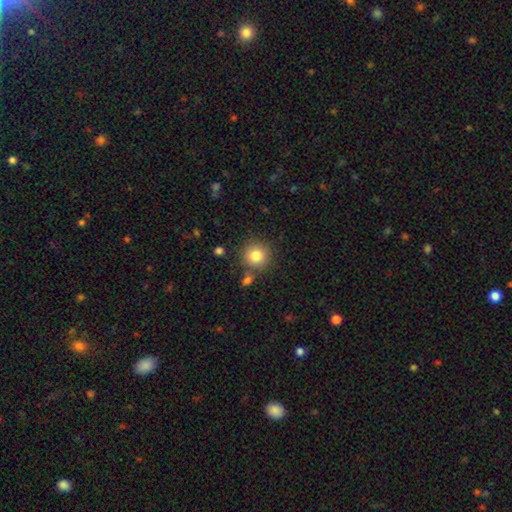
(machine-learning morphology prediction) Smooth or featured? smooth (83%)
How rounded? round (91%)
Merging? none (80%)